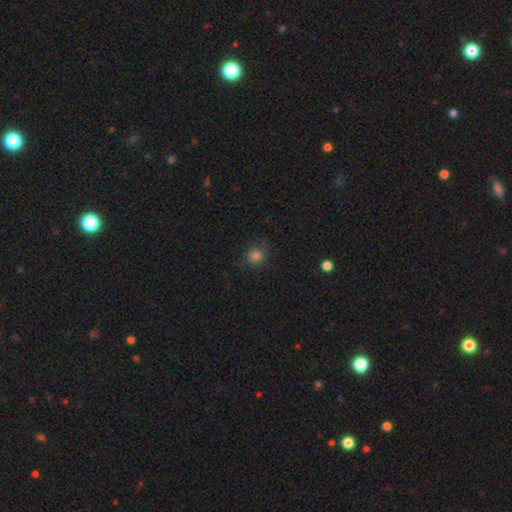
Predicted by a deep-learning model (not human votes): Smooth or featured? smooth (81%)
How rounded? round (85%)
Merging? none (75%)